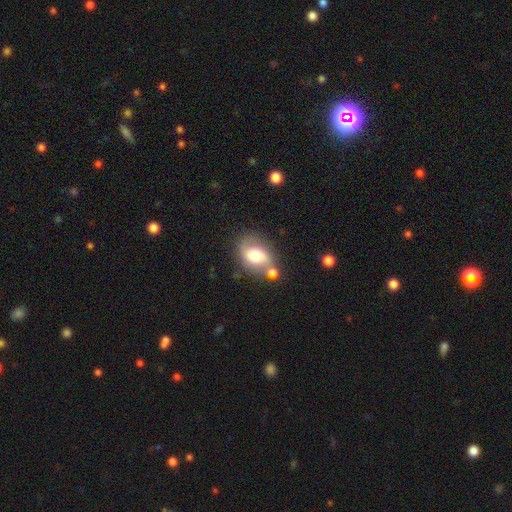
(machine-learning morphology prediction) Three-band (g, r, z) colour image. It shows a smooth galaxy with no disk features (58%) that is in between round and cigar-shaped (71%). Merging: none (54%).